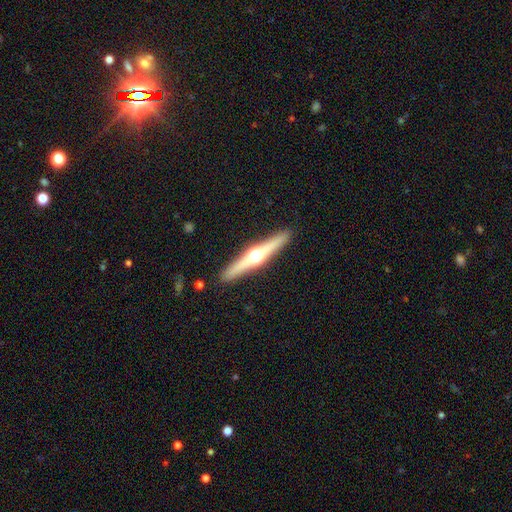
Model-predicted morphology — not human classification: Smooth or featured?
  - featured or disk: 75% *
  - smooth: 20%
  - star or artifact: 5%
Edge-on disk?
  - yes: 98% *
  - no: 2%
Edge-on bulge?
  - rounded: 96% *
  - boxy: 2%
  - none: 2%
Merging?
  - none: 92% *
  - minor disturbance: 6%
  - major disturbance: 1%
  - merger: 1%